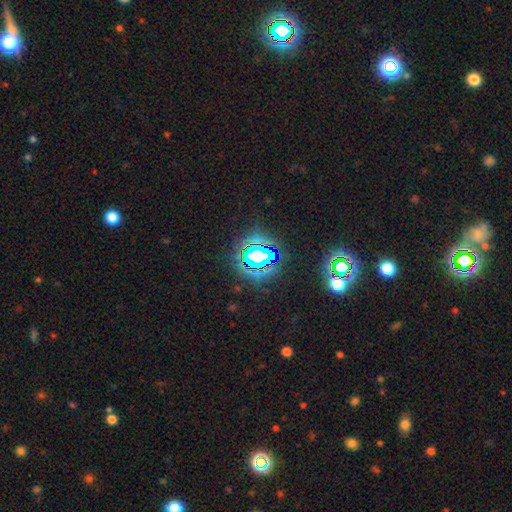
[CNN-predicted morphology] This appears to be a star or artifact, not a galaxy (74%).